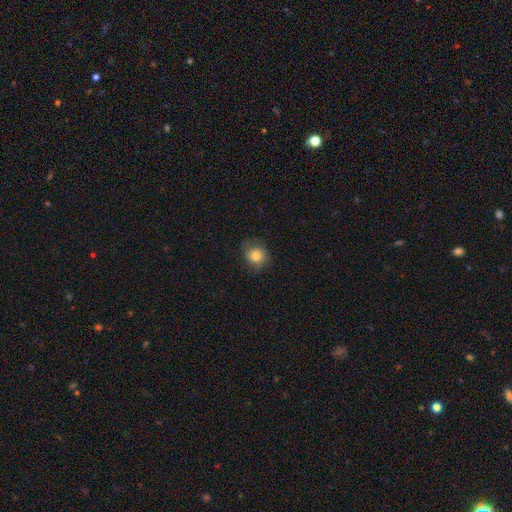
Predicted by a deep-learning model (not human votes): Q: Smooth or featured?
A: smooth (80%); runner-up: star or artifact (10%)
Q: How rounded?
A: round (79%); runner-up: in between (20%)
Q: Merging?
A: none (74%); runner-up: minor disturbance (19%)